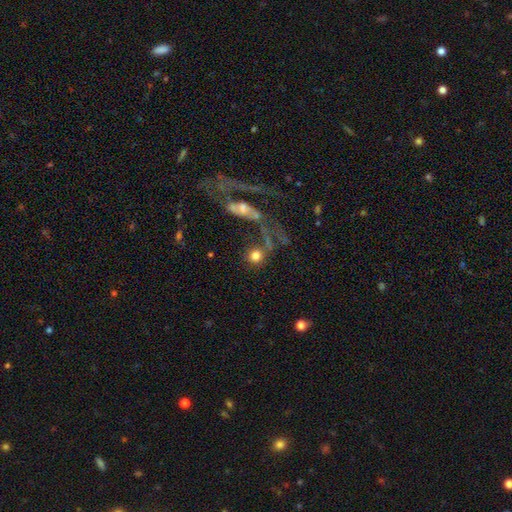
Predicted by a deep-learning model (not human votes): smooth-or-featured: smooth: 73% | featured or disk: 14% | star or artifact: 12%
  how-rounded: round: 85% | in between: 12% | cigar-shaped: 2%
  merging: none: 46% | merger: 27% | major disturbance: 15% | minor disturbance: 11%